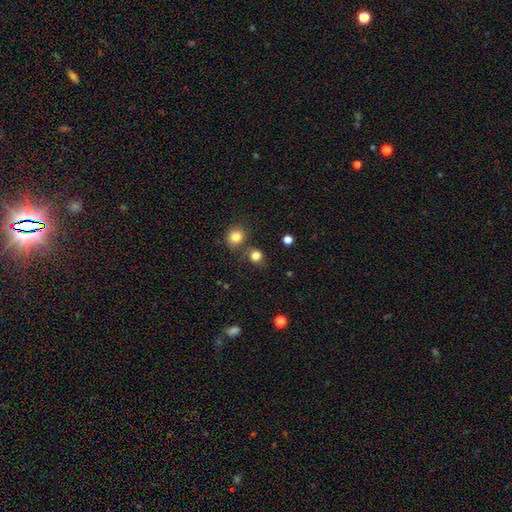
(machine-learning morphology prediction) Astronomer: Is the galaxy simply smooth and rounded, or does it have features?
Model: smooth — 82%.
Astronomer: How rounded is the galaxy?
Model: round — 83%.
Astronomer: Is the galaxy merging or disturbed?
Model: none — 73%.